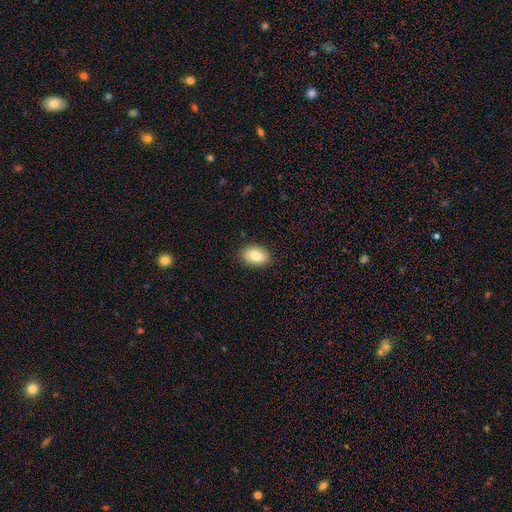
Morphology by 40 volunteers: type=smooth (85%); roundness=in between (88%); merging=none (89%).